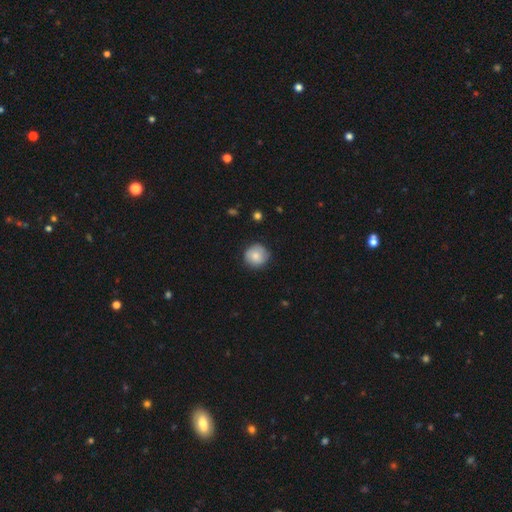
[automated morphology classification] Overall: smooth (79%). How rounded: round (93%). Merging: none (82%).